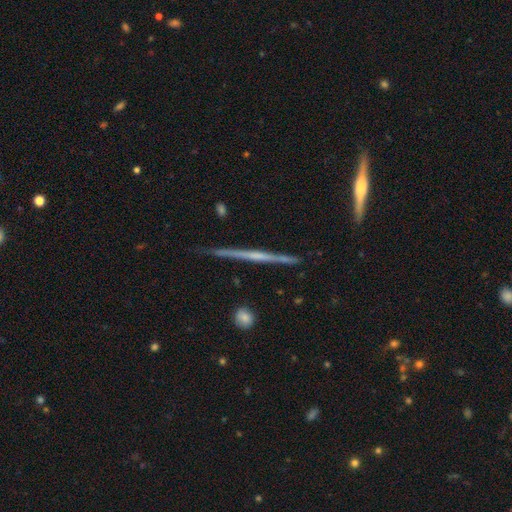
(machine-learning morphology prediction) The model was most divided on "edge-on bulge": none: 66%, rounded: 24%, boxy: 11%. More confident: edge-on disk — yes (98%); merging — none (86%); smooth or featured — featured or disk (73%).